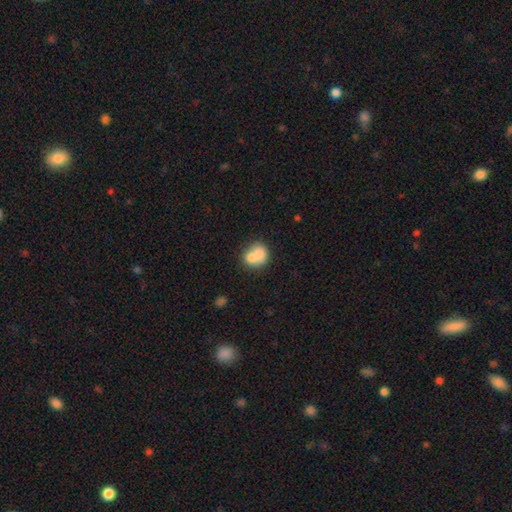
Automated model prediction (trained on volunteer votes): smooth-or-featured: smooth: 74% | featured or disk: 18% | star or artifact: 8%
  how-rounded: round: 71% | in between: 28% | cigar-shaped: 1%
  merging: merger: 55% | none: 32% | minor disturbance: 9% | major disturbance: 4%